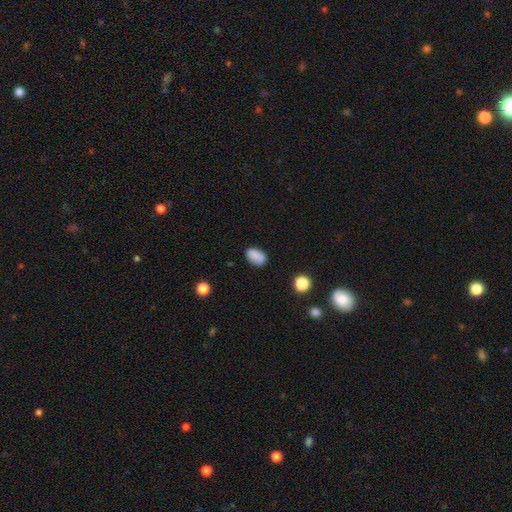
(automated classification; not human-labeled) smooth-or-featured: smooth: 86% | star or artifact: 9% | featured or disk: 5%
  how-rounded: in between: 89% | round: 9% | cigar-shaped: 2%
  merging: none: 81% | minor disturbance: 14% | major disturbance: 3% | merger: 2%